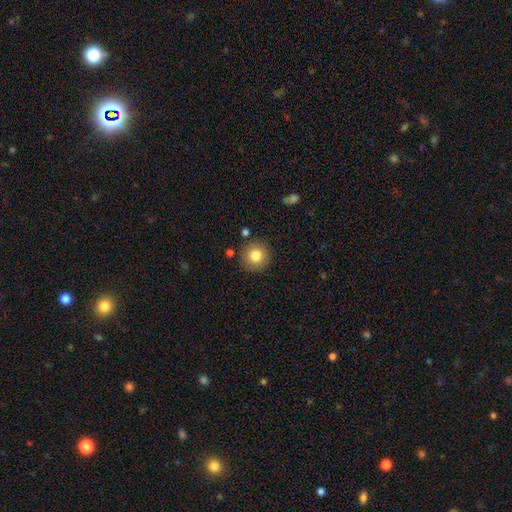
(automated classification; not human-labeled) smooth-or-featured: smooth: 81% | star or artifact: 10% | featured or disk: 9%
  how-rounded: round: 94% | in between: 5% | cigar-shaped: 1%
  merging: none: 87% | minor disturbance: 8% | merger: 3% | major disturbance: 2%